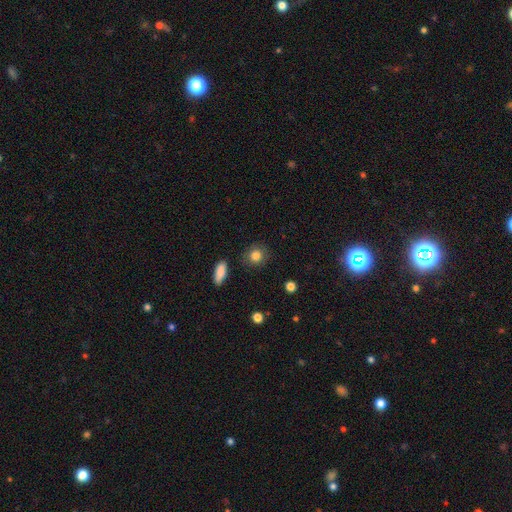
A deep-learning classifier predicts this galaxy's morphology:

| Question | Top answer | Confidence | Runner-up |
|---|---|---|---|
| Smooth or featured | smooth | 85% | star or artifact (9%) |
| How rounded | round | 81% | in between (18%) |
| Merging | none | 85% | minor disturbance (10%) |